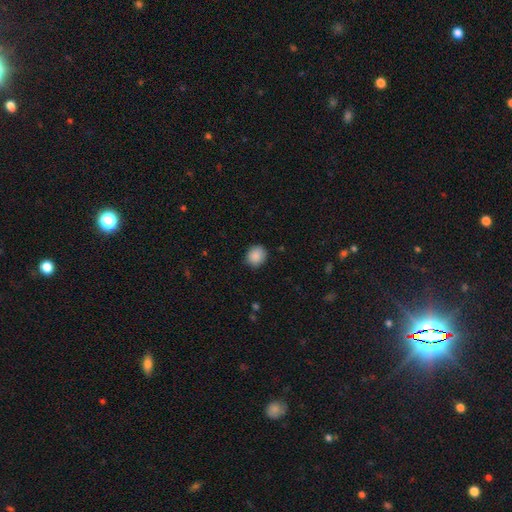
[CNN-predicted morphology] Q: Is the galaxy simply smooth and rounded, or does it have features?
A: smooth — 88%.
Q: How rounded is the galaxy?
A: round — 77%.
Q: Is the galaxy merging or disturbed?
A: none — 86%.